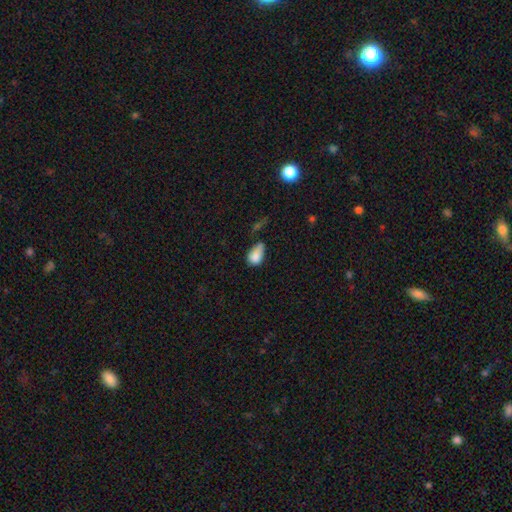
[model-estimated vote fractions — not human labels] A smooth galaxy with no disk features (81%) that is in between round and cigar-shaped (81%). Merging: minor disturbance (35%).